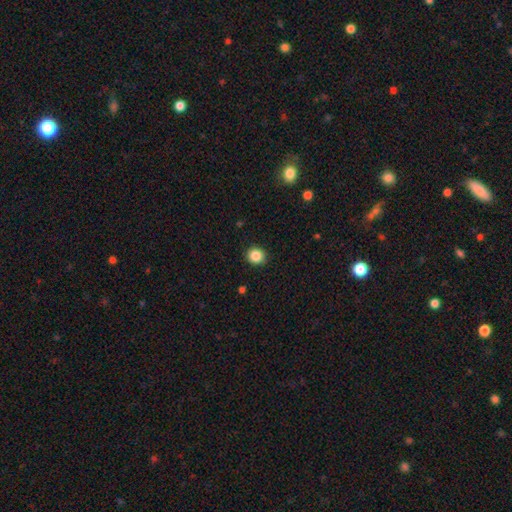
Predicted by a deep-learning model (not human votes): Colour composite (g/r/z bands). It shows a smooth galaxy with no disk features (86%) that is round (89%). Merging: none (92%).